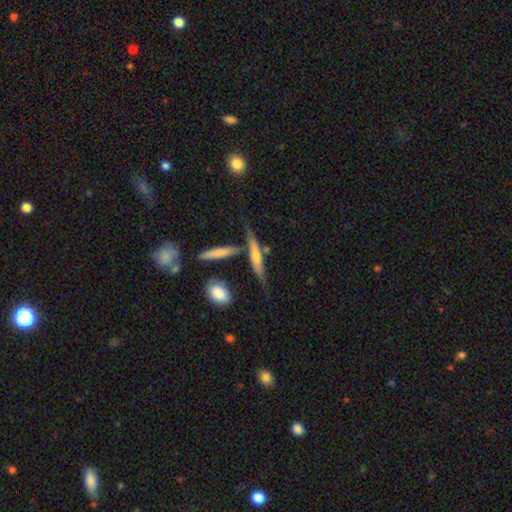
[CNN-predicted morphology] This appears to be a featured or disk galaxy (54%) viewed edge-on (88%). Merging: none (63%).